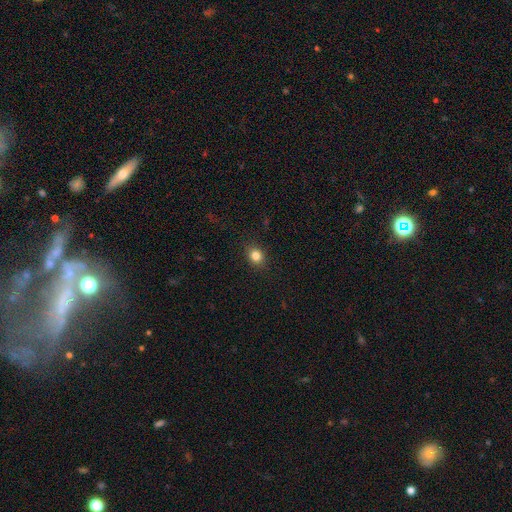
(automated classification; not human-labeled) smooth_or_featured: smooth (p=0.83) [alt: star or artifact p=0.11]
how_rounded: round (p=0.64) [alt: in between p=0.35]
merging: none (p=0.89) [alt: minor disturbance p=0.08]